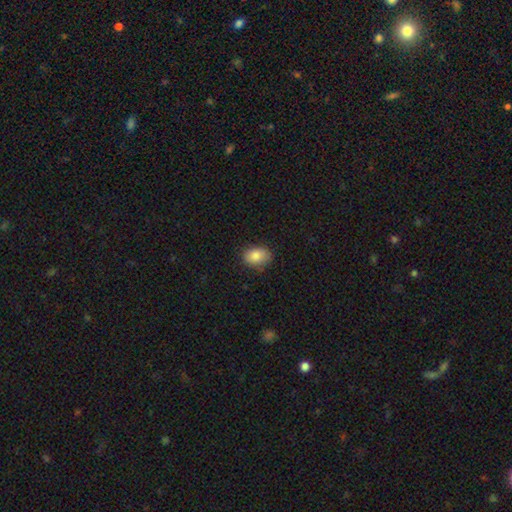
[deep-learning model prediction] smooth_or_featured: smooth (p=0.86) [alt: star or artifact p=0.08]
how_rounded: in between (p=0.77) [alt: round p=0.22]
merging: none (p=0.79) [alt: minor disturbance p=0.17]